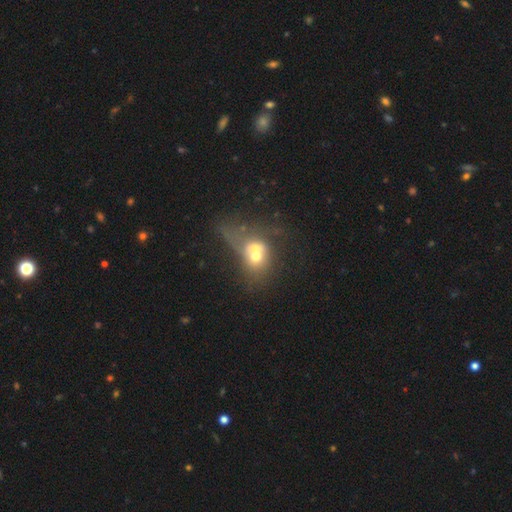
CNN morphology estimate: Smooth or featured?
  - smooth: 53% *
  - featured or disk: 35%
  - star or artifact: 12%
How rounded?
  - round: 57% *
  - in between: 41%
  - cigar-shaped: 2%
Merging?
  - merger: 77% *
  - none: 11%
  - major disturbance: 8%
  - minor disturbance: 5%